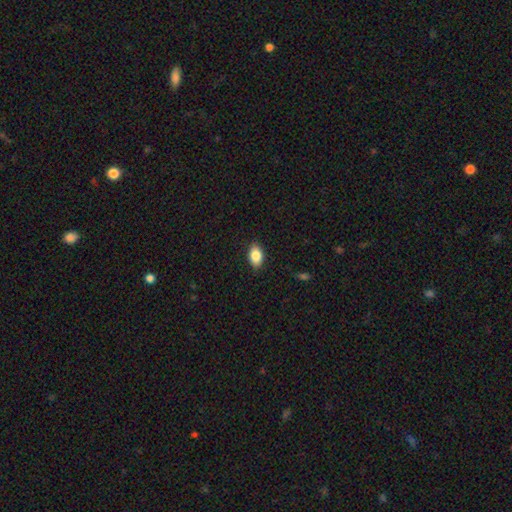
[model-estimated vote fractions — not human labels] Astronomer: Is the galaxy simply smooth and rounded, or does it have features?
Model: smooth — 85%.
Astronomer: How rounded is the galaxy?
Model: in between — 90%.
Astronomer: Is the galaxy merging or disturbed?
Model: none — 87%.